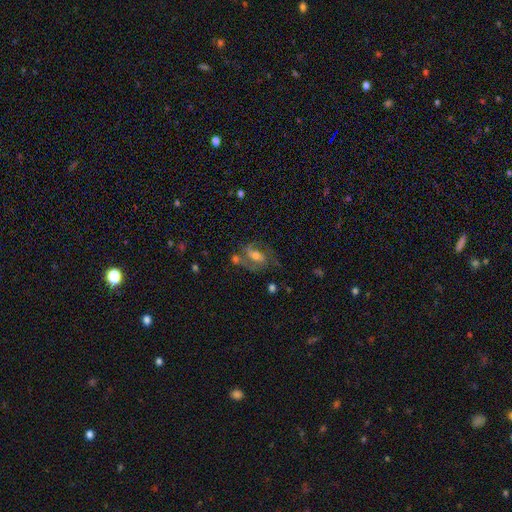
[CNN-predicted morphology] This appears to be a featured or disk galaxy (63%) with a weak bar (44%), spiral arms (81%) and a moderate central bulge (56%). Merging: none (44%).